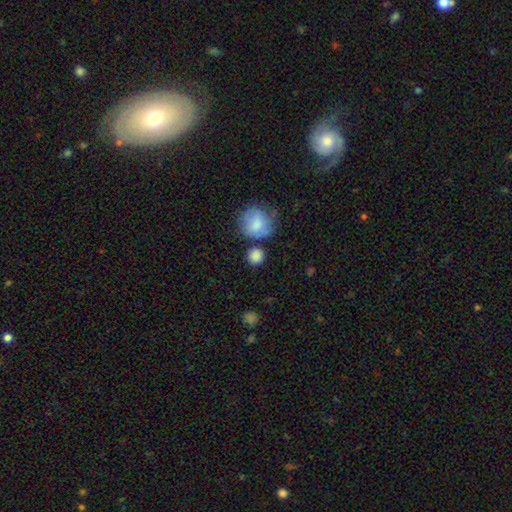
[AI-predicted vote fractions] Smooth or featured: smooth — 86% (star or artifact — 9%)
How rounded: round — 89% (in between — 10%)
Merging: none — 72% (minor disturbance — 12%)